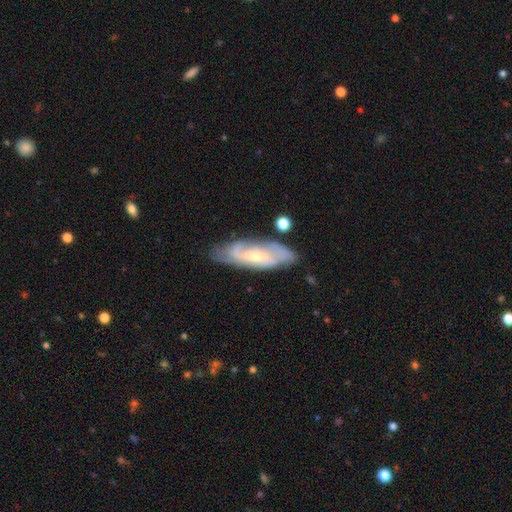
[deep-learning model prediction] Q: Smooth or featured?
A: featured or disk (72%); runner-up: smooth (22%)
Q: Edge-on disk?
A: no (84%); runner-up: yes (16%)
Q: Bar?
A: no (52%); runner-up: weak (36%)
Q: Spiral arms?
A: yes (86%); runner-up: no (14%)
Q: Spiral winding?
A: tight (44%); runner-up: medium (39%)
Q: Spiral arm count?
A: 2 (50%); runner-up: can't tell (35%)
Q: Bulge size?
A: small (63%); runner-up: moderate (33%)
Q: Merging?
A: none (71%); runner-up: minor disturbance (20%)